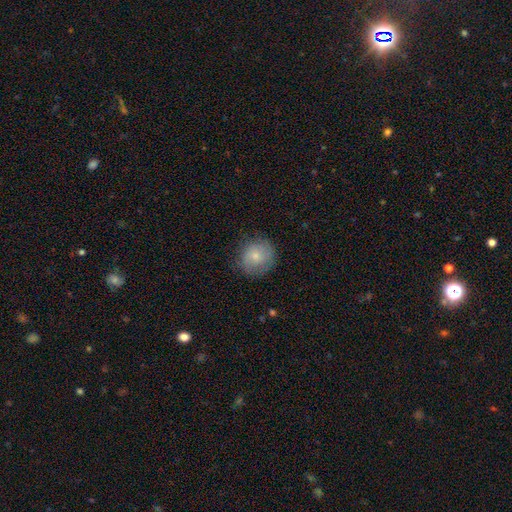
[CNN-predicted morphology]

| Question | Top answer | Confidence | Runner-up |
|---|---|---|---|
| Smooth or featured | smooth | 76% | featured or disk (16%) |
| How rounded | round | 89% | in between (10%) |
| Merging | none | 79% | minor disturbance (15%) |